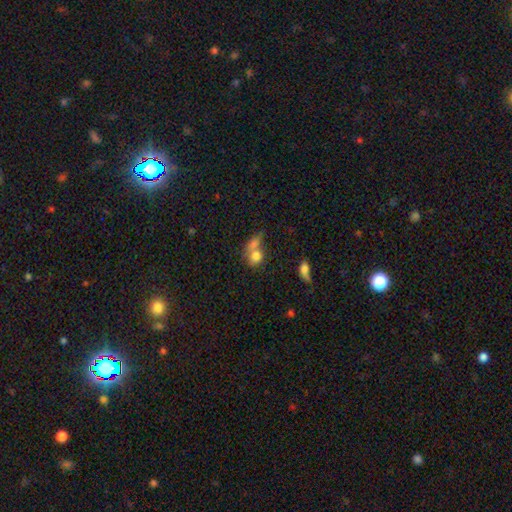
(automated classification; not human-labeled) Smooth or featured? smooth (76%)
How rounded? round (56%)
Merging? merger (54%)